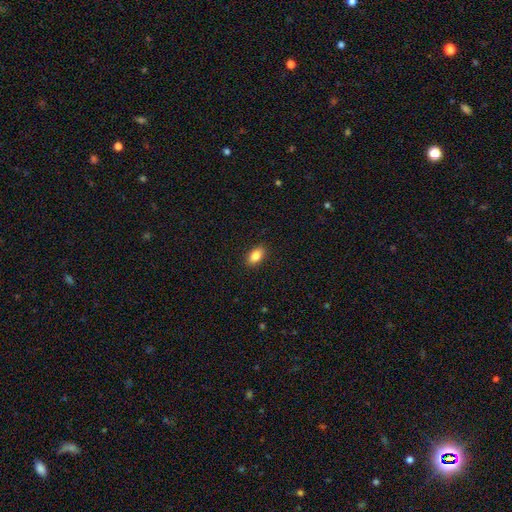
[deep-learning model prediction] Morphology: type=smooth (84%); roundness=in between (90%); merging=none (90%).